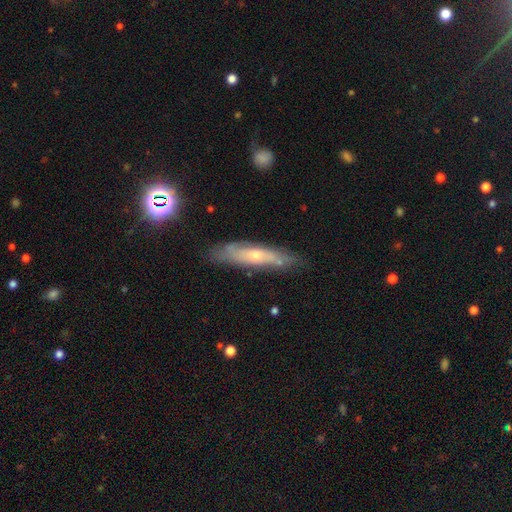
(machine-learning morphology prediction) Q: Smooth or featured?
A: featured or disk (54%); runner-up: smooth (33%)
Q: Edge-on disk?
A: yes (74%); runner-up: no (26%)
Q: Merging?
A: none (83%); runner-up: minor disturbance (13%)